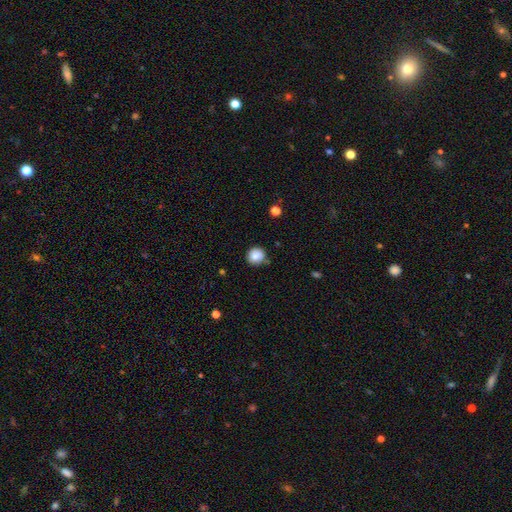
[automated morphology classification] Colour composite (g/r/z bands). It shows a smooth galaxy with no disk features (83%) that is round (92%). Merging: none (81%).